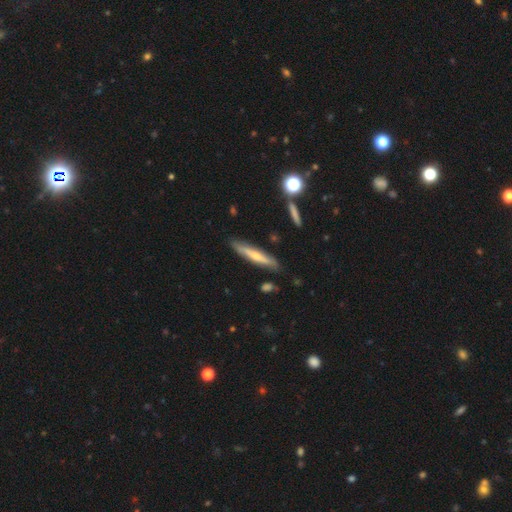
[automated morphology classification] Smooth or featured?
  - featured or disk: 57% *
  - smooth: 37%
  - star or artifact: 7%
Edge-on disk?
  - yes: 86% *
  - no: 14%
Merging?
  - none: 85% *
  - minor disturbance: 11%
  - merger: 2%
  - major disturbance: 2%